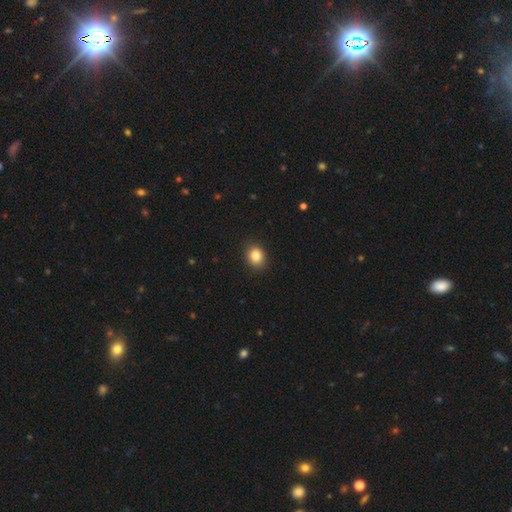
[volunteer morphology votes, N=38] Volunteers were most divided on "how rounded": round: 79%, in between: 18%, cigar-shaped: 3%. More confident: smooth or featured — smooth (89%); merging — none (81%).